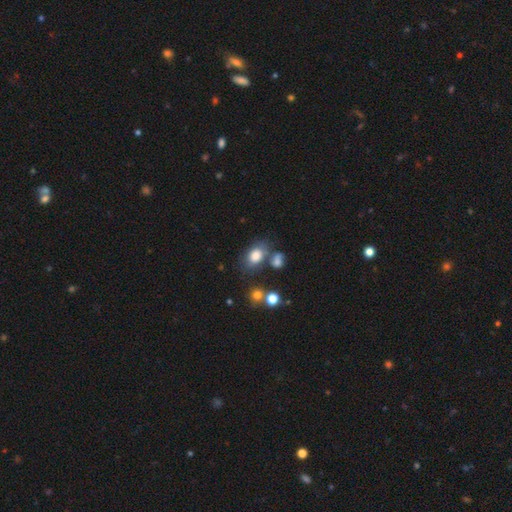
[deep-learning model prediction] smooth-or-featured: smooth: 79% | featured or disk: 11% | star or artifact: 10%
  how-rounded: in between: 75% | round: 23% | cigar-shaped: 1%
  merging: none: 56% | minor disturbance: 19% | merger: 17% | major disturbance: 8%